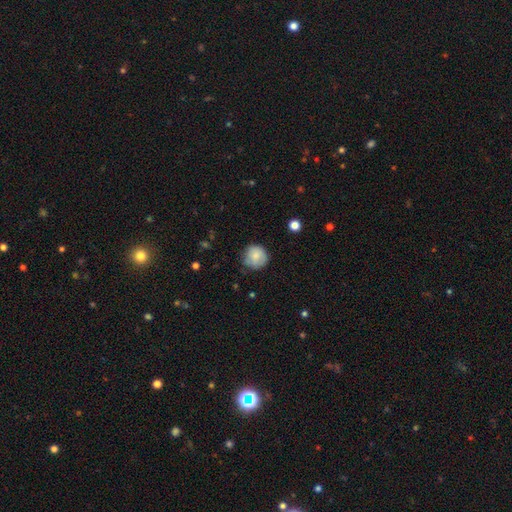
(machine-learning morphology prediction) smooth-or-featured: smooth: 79% | featured or disk: 13% | star or artifact: 8%
  how-rounded: round: 90% | in between: 9% | cigar-shaped: 1%
  merging: none: 70% | minor disturbance: 23% | major disturbance: 6% | merger: 1%